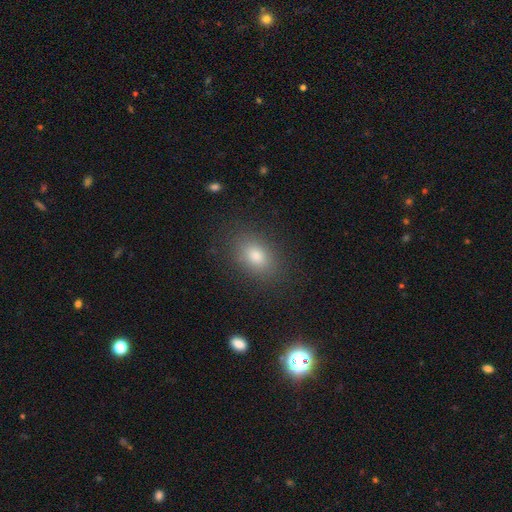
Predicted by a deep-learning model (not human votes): Overall: smooth (79%). How rounded: in between (79%). Merging: none (85%).